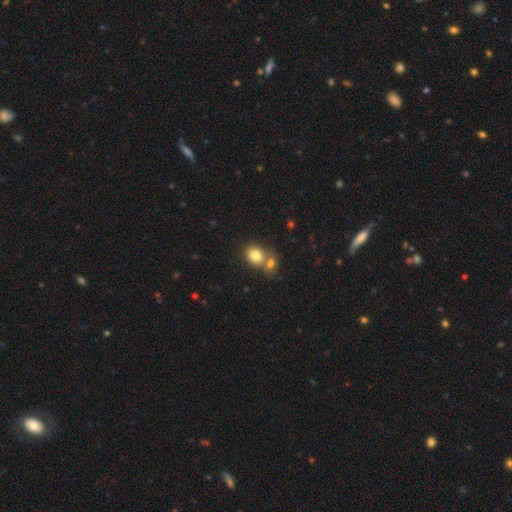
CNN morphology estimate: smooth-or-featured: smooth: 78% | featured or disk: 11% | star or artifact: 10%
  how-rounded: in between: 53% | round: 46% | cigar-shaped: 1%
  merging: merger: 50% | none: 39% | minor disturbance: 9% | major disturbance: 3%